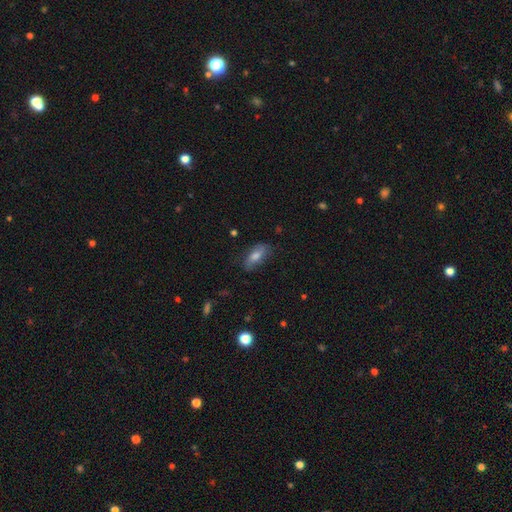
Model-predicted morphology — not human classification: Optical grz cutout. It shows a smooth galaxy with no disk features (58%) that is in between round and cigar-shaped (78%). Merging: none (71%).